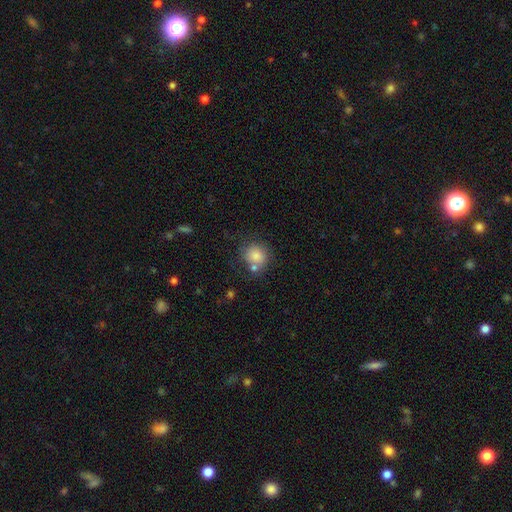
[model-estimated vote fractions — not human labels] Smooth or featured? Predicted: smooth (p=0.82). How rounded? Predicted: round (p=0.81). Merging? Predicted: none (p=0.63).